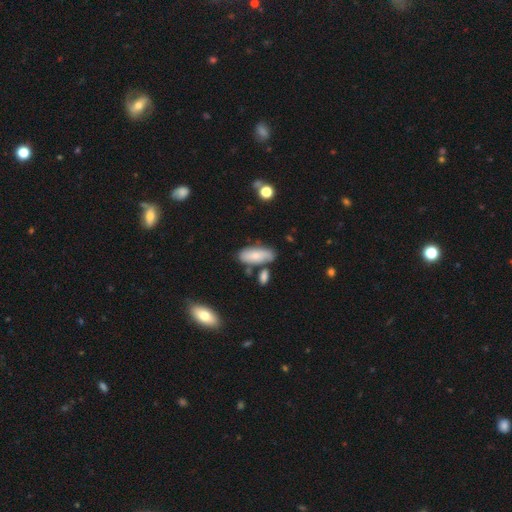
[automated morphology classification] This is likely a smooth galaxy (75%). How rounded: clearly in between (83%). Merging: likely none (65%).